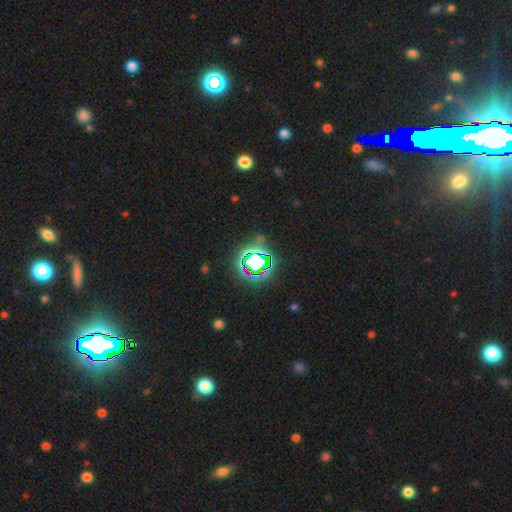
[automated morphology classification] A star or artifact, not a galaxy (72%).

Vote fractions:
- Smooth or featured? star or artifact: 72% / smooth: 18% / featured or disk: 10%